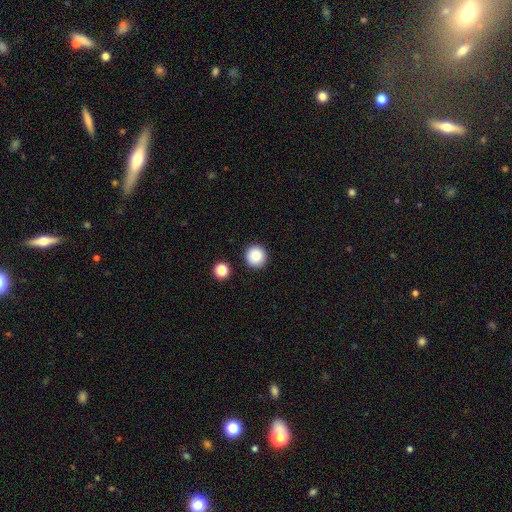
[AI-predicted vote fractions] A smooth galaxy with no disk features (82%) that is round (96%). Merging: none (91%).